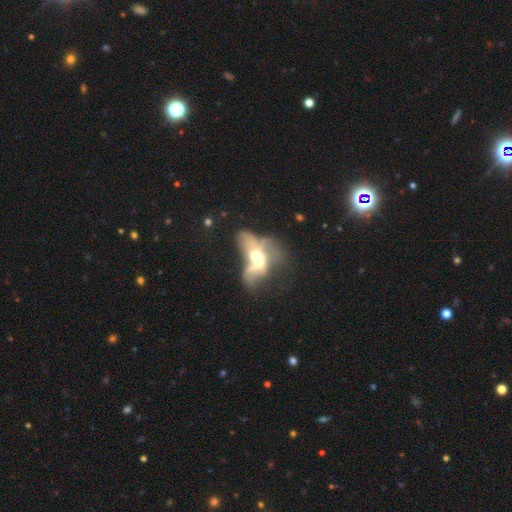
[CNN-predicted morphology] A featured or disk galaxy (53%). Merging: merger (72%).